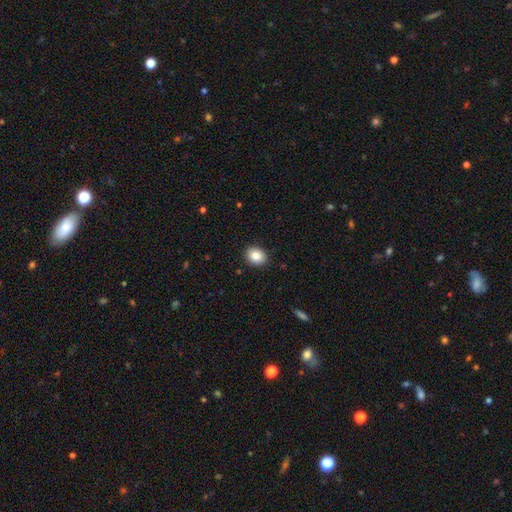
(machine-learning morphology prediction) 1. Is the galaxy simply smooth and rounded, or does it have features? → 86% smooth, 9% star or artifact, 5% featured or disk.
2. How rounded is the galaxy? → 62% round, 38% in between, 1% cigar-shaped.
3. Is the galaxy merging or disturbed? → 90% none, 7% minor disturbance, 2% major disturbance, 1% merger.